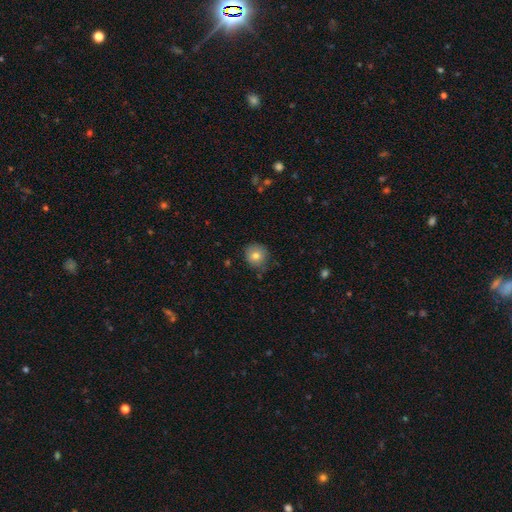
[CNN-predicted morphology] smooth_or_featured: smooth (p=0.78) [alt: featured or disk p=0.12]
how_rounded: round (p=0.91) [alt: in between p=0.08]
merging: none (p=0.81) [alt: minor disturbance p=0.14]